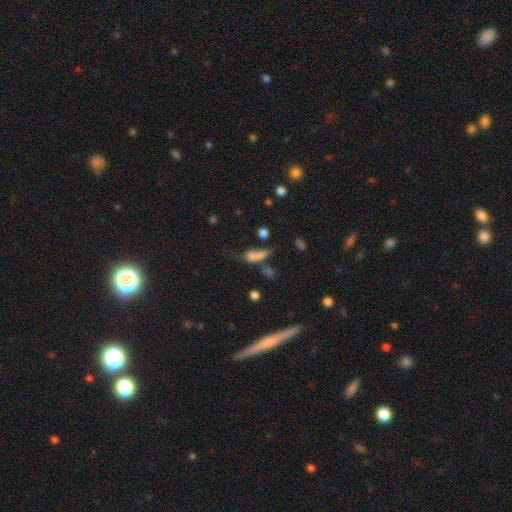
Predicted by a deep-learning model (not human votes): This appears to be a smooth galaxy with no disk features (70%) that is in between round and cigar-shaped (65%). Merging: merger (33%).